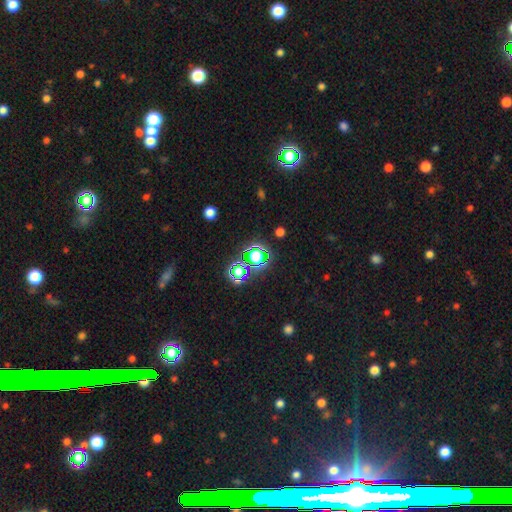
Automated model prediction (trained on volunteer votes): Smooth or featured? Predicted: star or artifact (p=0.57).